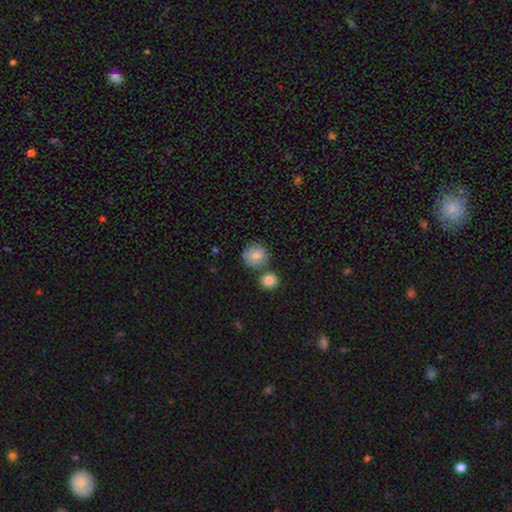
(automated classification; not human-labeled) Smooth or featured? Predicted: smooth (p=0.82). How rounded? Predicted: round (p=0.91). Merging? Predicted: none (p=0.66).